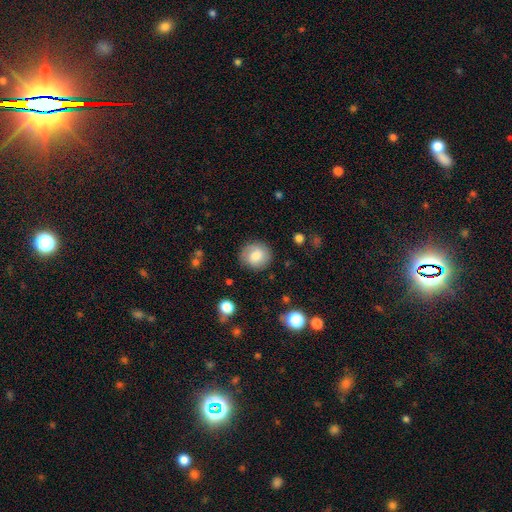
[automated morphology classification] smooth-or-featured: smooth: 78% | featured or disk: 13% | star or artifact: 8%
  how-rounded: round: 85% | in between: 14% | cigar-shaped: 1%
  merging: none: 83% | minor disturbance: 12% | major disturbance: 4% | merger: 1%